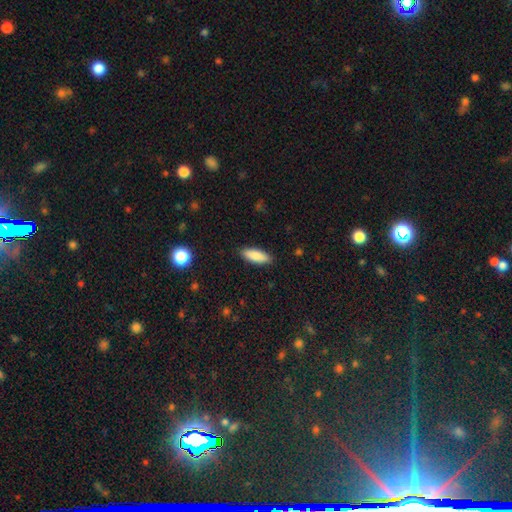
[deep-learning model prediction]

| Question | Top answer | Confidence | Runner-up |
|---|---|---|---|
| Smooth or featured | smooth | 85% | featured or disk (9%) |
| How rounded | in between | 66% | cigar-shaped (32%) |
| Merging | none | 88% | minor disturbance (9%) |